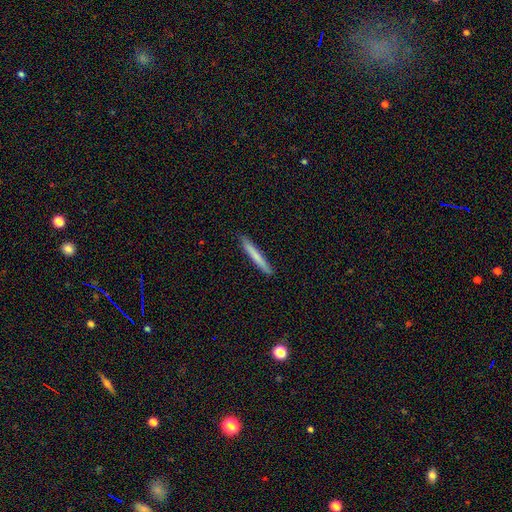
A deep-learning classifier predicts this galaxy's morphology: A smooth galaxy with no disk features (74%) that is cigar-shaped (97%).

Vote fractions:
- Smooth or featured? smooth: 74% / featured or disk: 21% / star or artifact: 6%
- How rounded? cigar-shaped: 97% / in between: 2% / round: 1%
- Merging? none: 91% / minor disturbance: 6% / major disturbance: 1% / merger: 1%